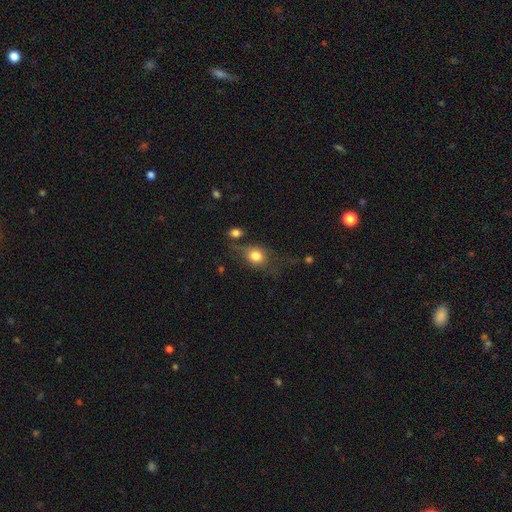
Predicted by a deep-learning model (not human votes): The model was most divided on "how rounded": round: 58%, in between: 40%, cigar-shaped: 2%. Remaining: smooth or featured — smooth (74%); merging — none (44%).